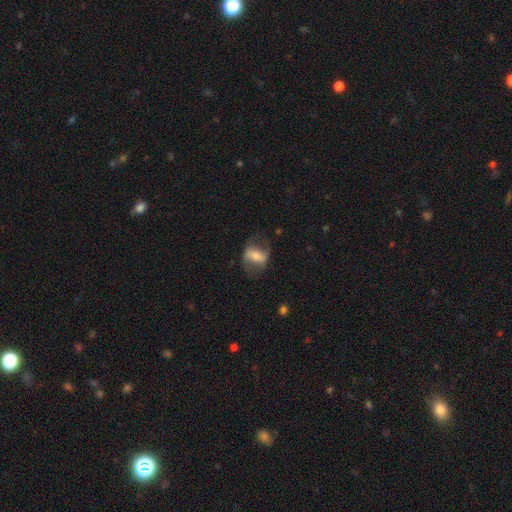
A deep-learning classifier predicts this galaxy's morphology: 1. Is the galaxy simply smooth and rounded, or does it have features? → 59% featured or disk, 34% smooth, 7% star or artifact.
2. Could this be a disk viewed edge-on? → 90% no, 10% yes.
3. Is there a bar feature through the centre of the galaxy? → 53% strong, 30% weak, 18% no.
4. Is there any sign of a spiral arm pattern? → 68% yes, 32% no.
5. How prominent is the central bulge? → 49% moderate, 29% small, 14% large, 5% none, 2% dominant.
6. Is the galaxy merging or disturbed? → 64% none, 19% minor disturbance, 15% major disturbance, 2% merger.